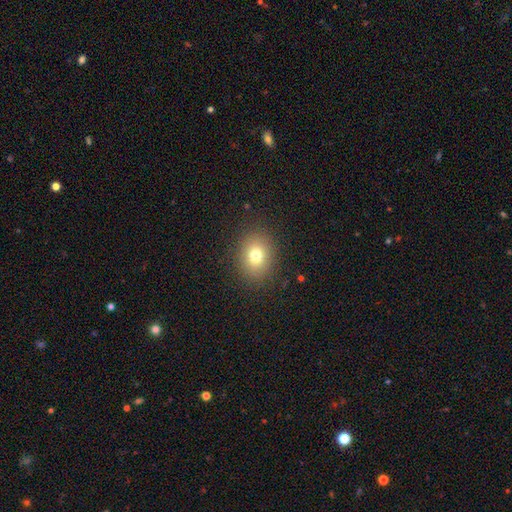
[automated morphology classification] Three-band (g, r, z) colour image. It shows a smooth galaxy with no disk features (76%) that is round (54%). Merging: none (87%).